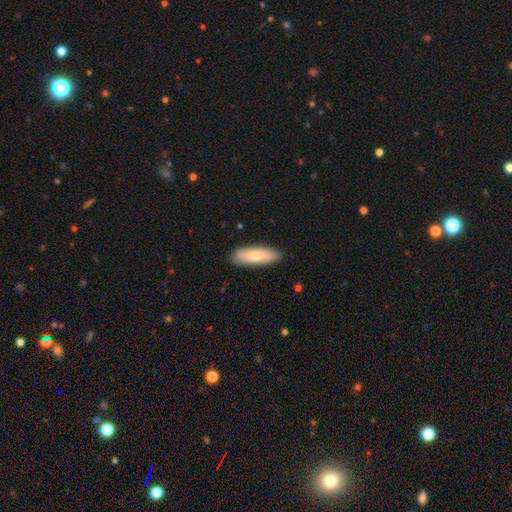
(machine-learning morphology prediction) A smooth galaxy with no disk features (69%) that is in between round and cigar-shaped (54%). Merging: none (86%).